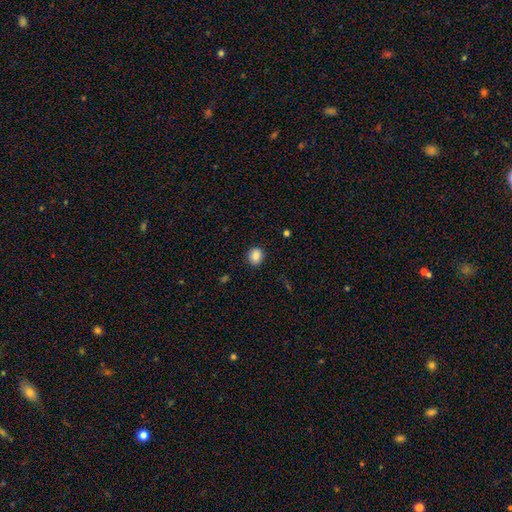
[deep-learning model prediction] Smooth or featured: smooth — 87% (star or artifact — 9%)
How rounded: round — 81% (in between — 18%)
Merging: none — 90% (minor disturbance — 7%)